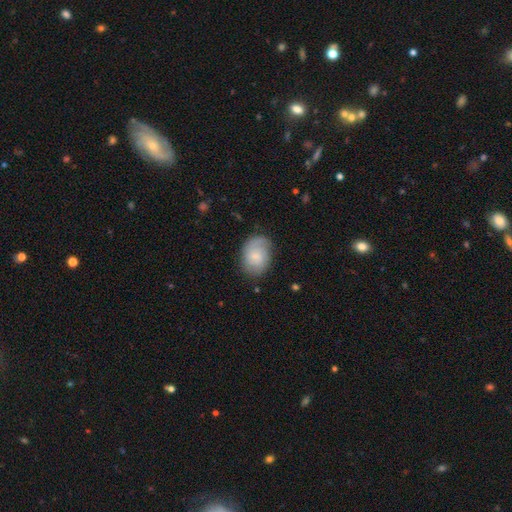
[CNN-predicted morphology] Q: Smooth or featured?
A: smooth (52%); runner-up: featured or disk (41%)
Q: How rounded?
A: in between (65%); runner-up: round (34%)
Q: Merging?
A: none (70%); runner-up: minor disturbance (21%)